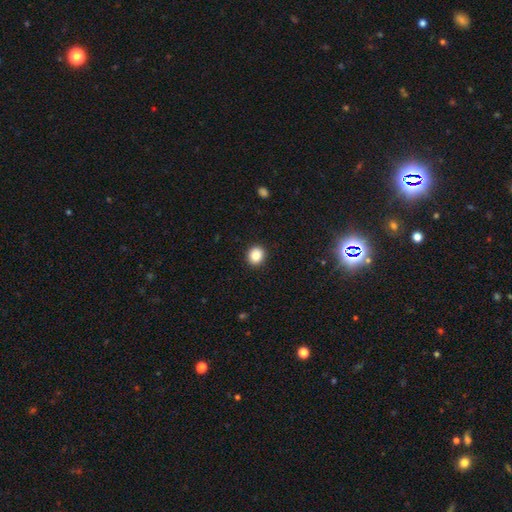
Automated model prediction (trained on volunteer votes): Morphology: type=smooth (84%); roundness=round (81%); merging=none (92%).